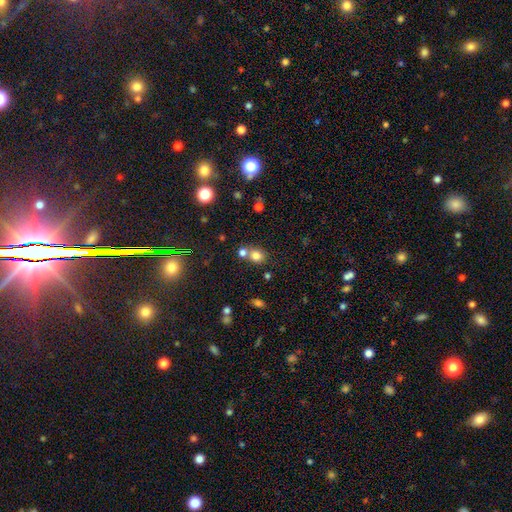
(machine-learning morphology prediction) smooth_or_featured: smooth (p=0.77) [alt: star or artifact p=0.14]
how_rounded: round (p=0.72) [alt: in between p=0.27]
merging: none (p=0.53) [alt: merger p=0.35]